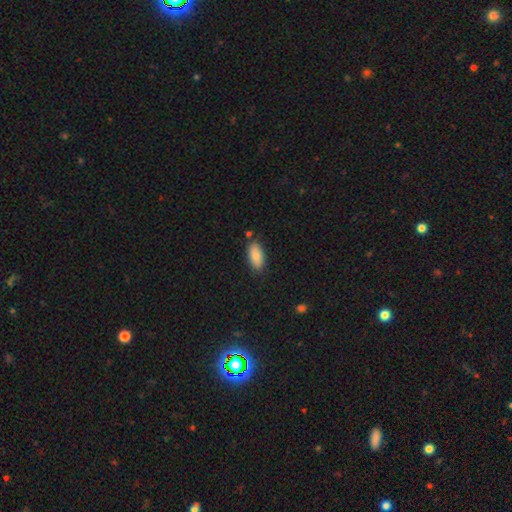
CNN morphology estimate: Q: Smooth or featured?
A: smooth (85%); runner-up: featured or disk (8%)
Q: How rounded?
A: in between (89%); runner-up: cigar-shaped (9%)
Q: Merging?
A: none (83%); runner-up: minor disturbance (12%)